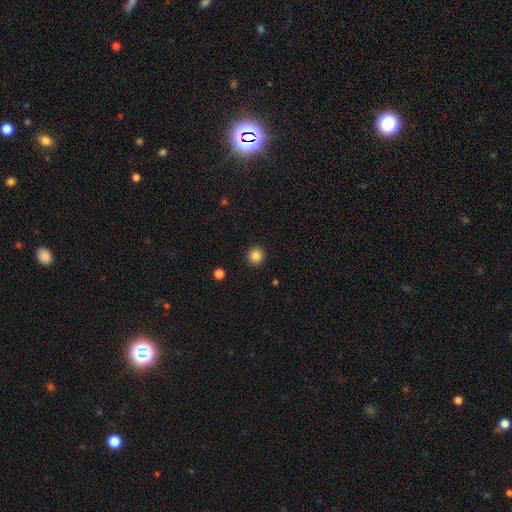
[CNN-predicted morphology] A smooth galaxy with no disk features (86%) that is round (91%).

Vote fractions:
- Smooth or featured? smooth: 86% / star or artifact: 10% / featured or disk: 4%
- How rounded? round: 91% / in between: 8% / cigar-shaped: 1%
- Merging? none: 92% / minor disturbance: 5% / major disturbance: 2% / merger: 1%